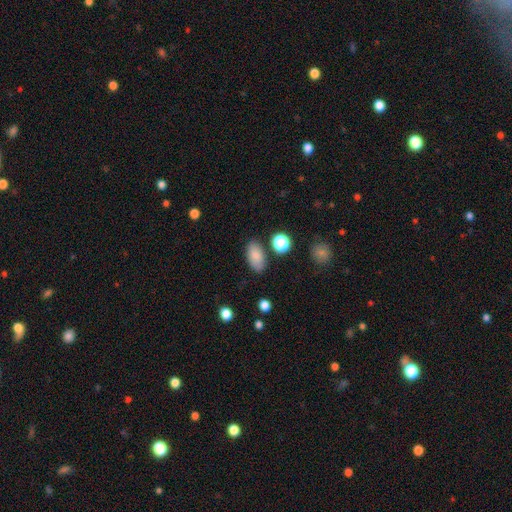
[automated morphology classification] smooth-or-featured: smooth: 84% | star or artifact: 9% | featured or disk: 7%
  how-rounded: in between: 92% | round: 6% | cigar-shaped: 2%
  merging: none: 81% | minor disturbance: 12% | merger: 4% | major disturbance: 3%